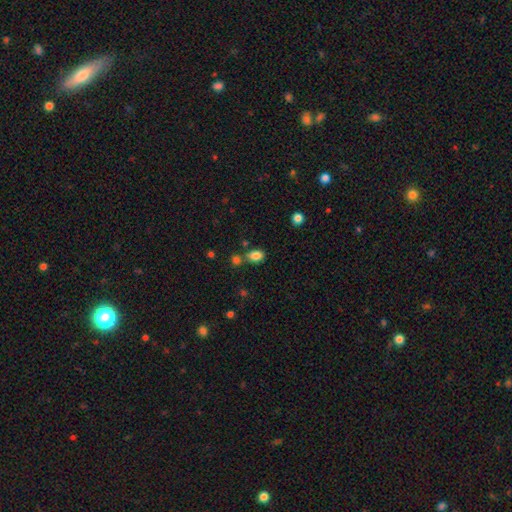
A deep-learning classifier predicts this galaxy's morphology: A smooth galaxy with no disk features (83%) that is in between round and cigar-shaped (76%).

Vote fractions:
- Smooth or featured? smooth: 83% / star or artifact: 12% / featured or disk: 6%
- How rounded? in between: 76% / round: 22% / cigar-shaped: 2%
- Merging? none: 60% / merger: 21% / minor disturbance: 14% / major disturbance: 5%